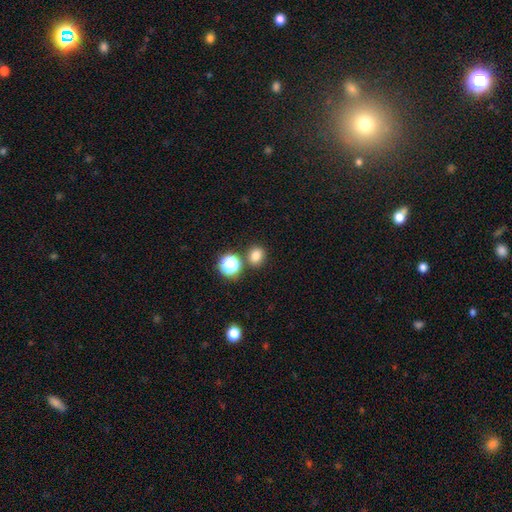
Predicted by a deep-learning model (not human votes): This appears to be a smooth galaxy with no disk features (77%) that is round (72%). Merging: none (79%).